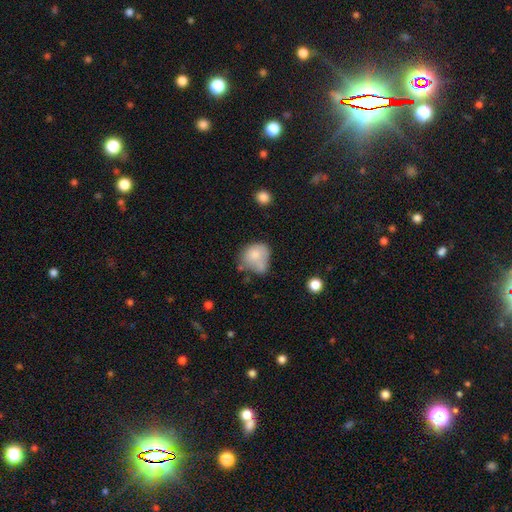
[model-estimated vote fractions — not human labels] This appears to be a smooth galaxy with no disk features (73%) that is round (57%). Merging: none (31%).